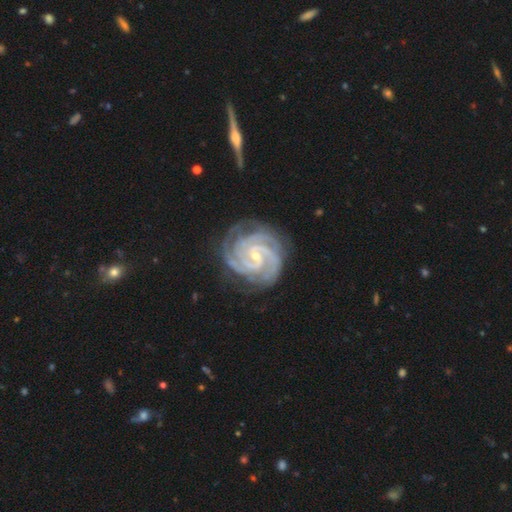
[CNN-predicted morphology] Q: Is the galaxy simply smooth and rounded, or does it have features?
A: featured or disk — 93%.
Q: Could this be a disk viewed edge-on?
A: no — 98%.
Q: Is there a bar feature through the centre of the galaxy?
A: weak — 42%.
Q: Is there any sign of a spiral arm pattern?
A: yes — 99%.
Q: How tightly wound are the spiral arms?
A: tight — 80%.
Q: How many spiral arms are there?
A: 3 — 30%.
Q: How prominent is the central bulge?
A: small — 76%.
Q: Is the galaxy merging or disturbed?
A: none — 78%.